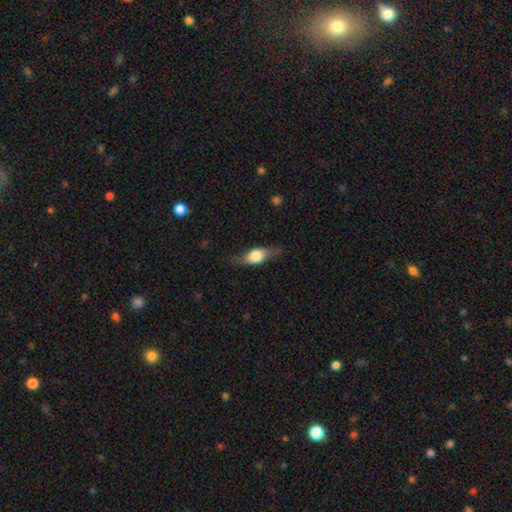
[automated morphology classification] Smooth or featured?
  - smooth: 47% *
  - featured or disk: 46%
  - star or artifact: 7%
Merging?
  - none: 75% *
  - minor disturbance: 18%
  - major disturbance: 6%
  - merger: 1%